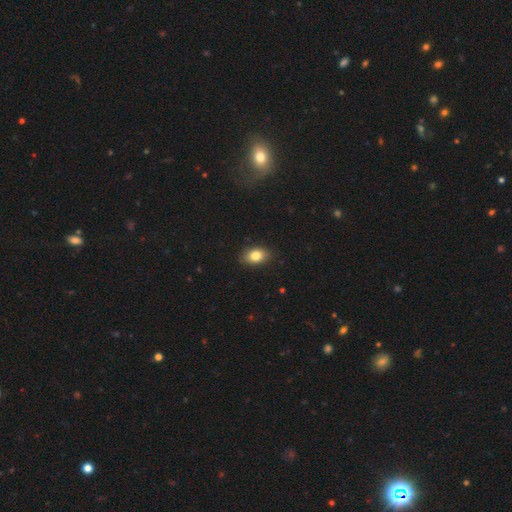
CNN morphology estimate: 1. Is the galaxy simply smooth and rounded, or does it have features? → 82% smooth, 9% featured or disk, 9% star or artifact.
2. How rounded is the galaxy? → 82% in between, 16% round, 2% cigar-shaped.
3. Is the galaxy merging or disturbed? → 85% none, 12% minor disturbance, 2% major disturbance, 1% merger.